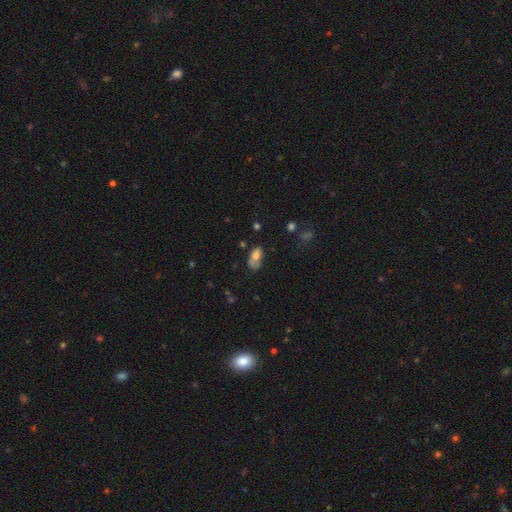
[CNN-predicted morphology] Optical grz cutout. It shows a smooth galaxy with no disk features (69%) that is in between round and cigar-shaped (89%). Merging: none (35%).